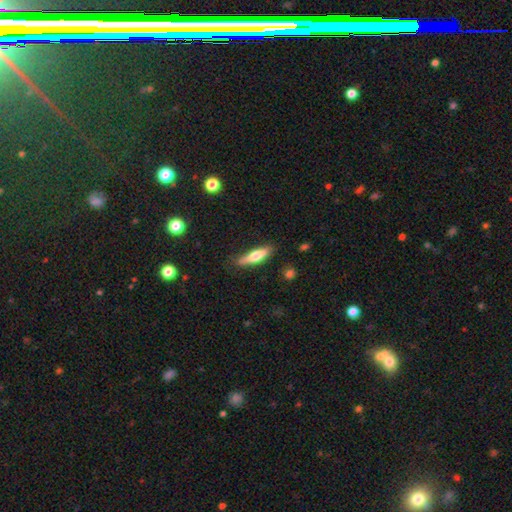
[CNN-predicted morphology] Smooth or featured?
  - smooth: 61% *
  - featured or disk: 33%
  - star or artifact: 6%
How rounded?
  - cigar-shaped: 70% *
  - in between: 28%
  - round: 2%
Merging?
  - none: 79% *
  - minor disturbance: 16%
  - major disturbance: 3%
  - merger: 2%